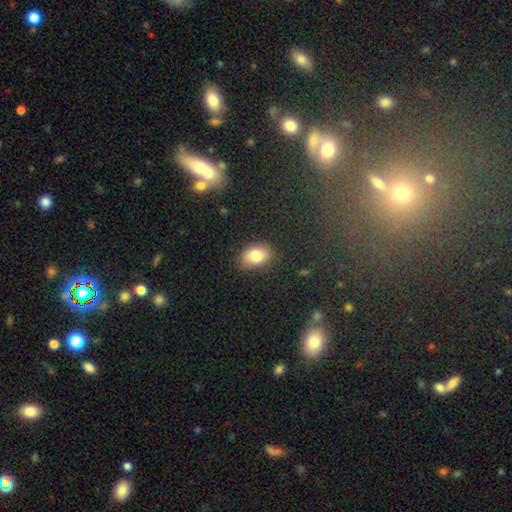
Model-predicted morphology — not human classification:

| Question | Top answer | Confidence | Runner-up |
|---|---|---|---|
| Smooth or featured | smooth | 83% | featured or disk (9%) |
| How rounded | in between | 82% | round (17%) |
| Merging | none | 84% | minor disturbance (12%) |